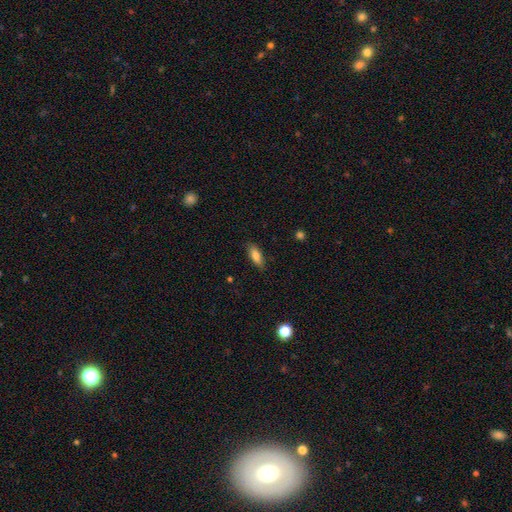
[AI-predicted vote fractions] Q: Smooth or featured?
A: smooth (81%); runner-up: featured or disk (12%)
Q: How rounded?
A: in between (70%); runner-up: cigar-shaped (27%)
Q: Merging?
A: none (85%); runner-up: minor disturbance (12%)